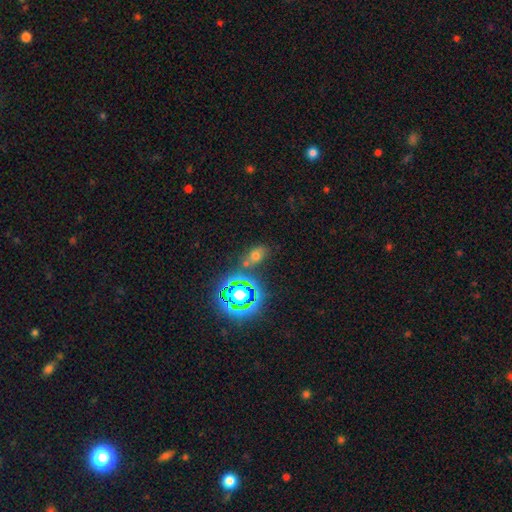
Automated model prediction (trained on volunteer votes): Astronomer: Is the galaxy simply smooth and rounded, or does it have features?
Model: smooth — 50% (runner-up: star or artifact, 37%).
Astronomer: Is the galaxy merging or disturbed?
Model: none — 63%.